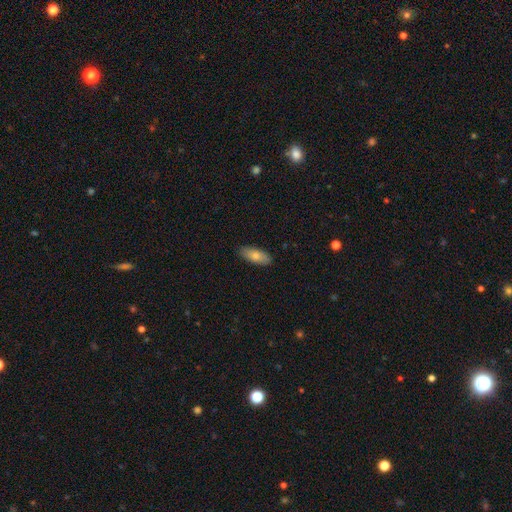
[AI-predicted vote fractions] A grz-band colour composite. It shows a smooth galaxy with no disk features (79%) that is in between round and cigar-shaped (81%). Merging: none (89%).